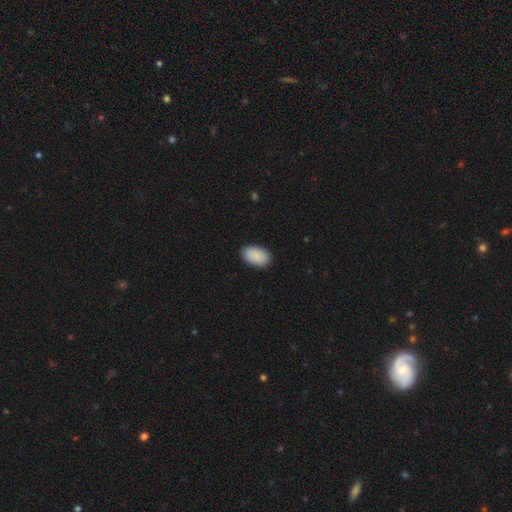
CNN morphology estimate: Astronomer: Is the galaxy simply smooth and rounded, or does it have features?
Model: smooth — 90%.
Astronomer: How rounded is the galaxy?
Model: in between — 94%.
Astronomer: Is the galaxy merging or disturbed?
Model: none — 88%.